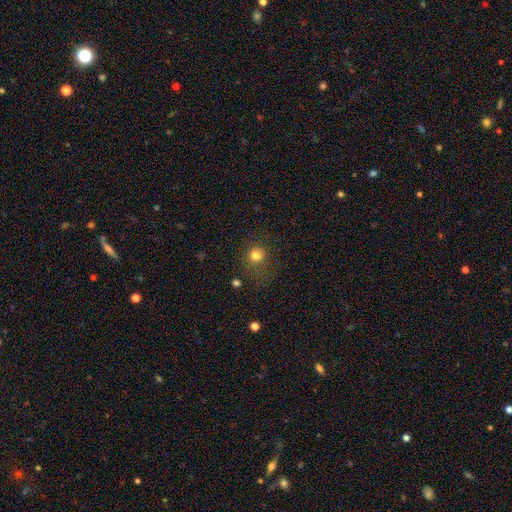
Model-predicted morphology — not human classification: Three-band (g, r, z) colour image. It shows a smooth galaxy with no disk features (77%) that is round (83%). Merging: none (65%).